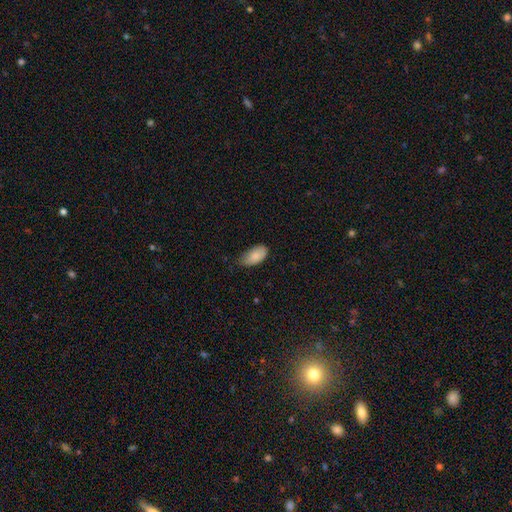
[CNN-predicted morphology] This appears to be a smooth galaxy with no disk features (85%) that is in between round and cigar-shaped (94%). Merging: none (61%).